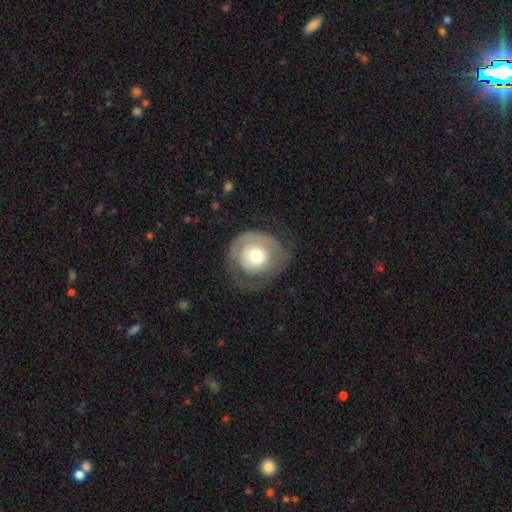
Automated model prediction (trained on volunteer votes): This appears to be a featured or disk galaxy (51%). Merging: none (56%).